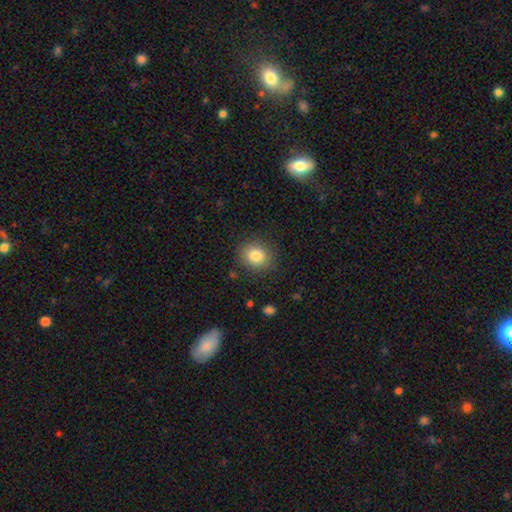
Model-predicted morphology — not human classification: type=smooth (83%); roundness=round (76%); merging=none (86%).